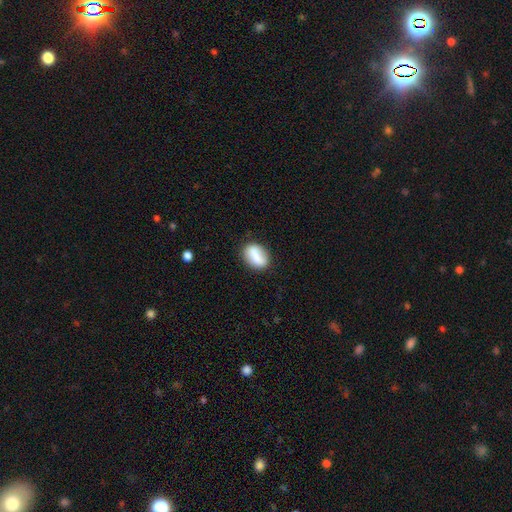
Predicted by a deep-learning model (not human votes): Smooth or featured? smooth (78%)
How rounded? in between (80%)
Merging? none (76%)